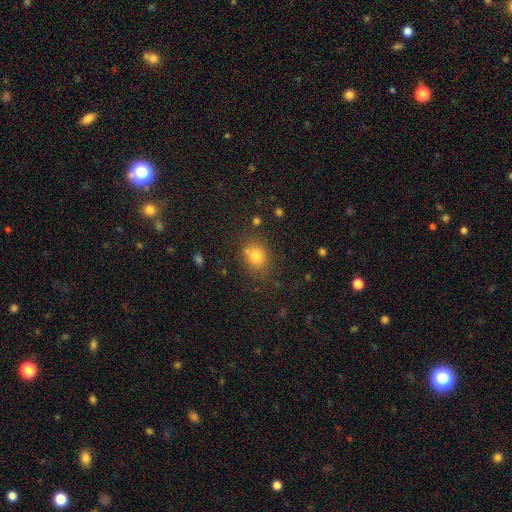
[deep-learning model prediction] Smooth or featured? smooth (77%)
How rounded? round (58%)
Merging? none (70%)